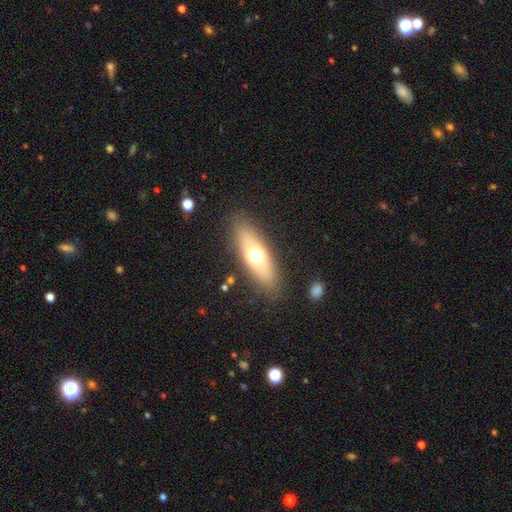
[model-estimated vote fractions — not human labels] Smooth or featured? Predicted: smooth (p=0.58). How rounded? Predicted: in between (p=0.57). Merging? Predicted: none (p=0.86).